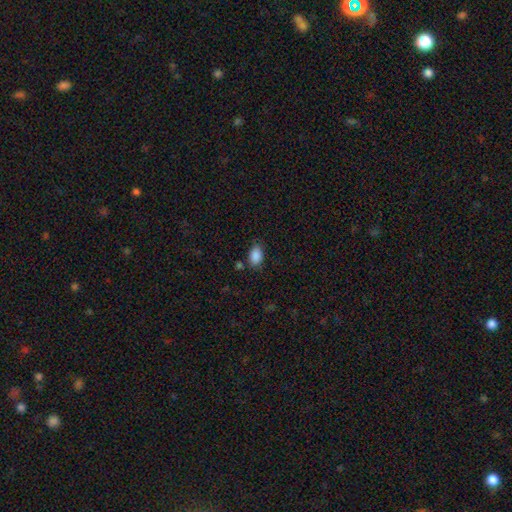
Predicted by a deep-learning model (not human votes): Overall: smooth (88%). How rounded: in between (86%). Merging: none (72%).